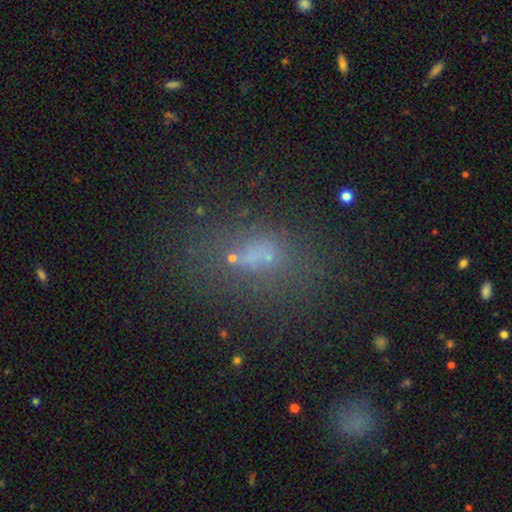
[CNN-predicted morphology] smooth 49%, star or artifact 31%, featured or disk 20%. Down the decision tree: merging — none (49%).